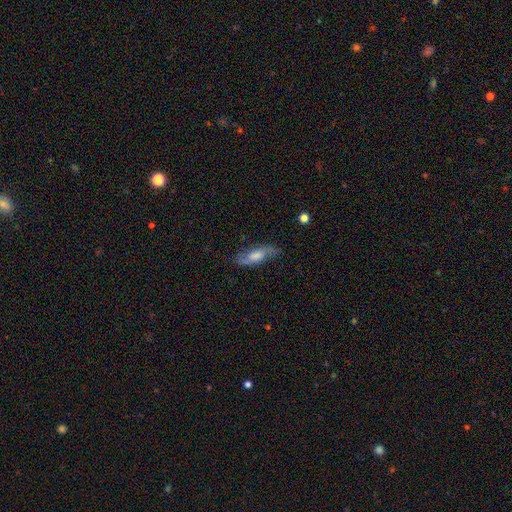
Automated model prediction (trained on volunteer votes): This is possibly a featured or disk galaxy (58%). It is likely not viewed edge-on (70%). Merging: likely none (75%).